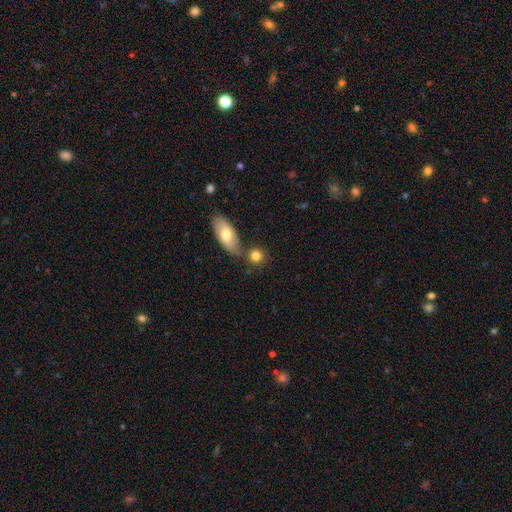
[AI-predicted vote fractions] smooth 81%, featured or disk 10%, star or artifact 8%. Down the decision tree: how rounded — round (75%); merging — none (66%).